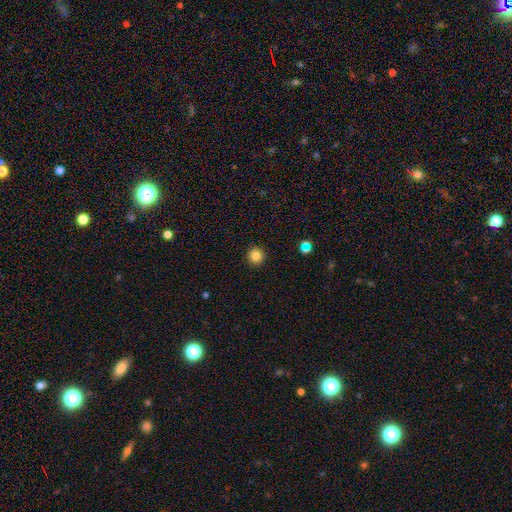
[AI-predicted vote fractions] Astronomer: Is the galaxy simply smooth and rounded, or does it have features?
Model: smooth — 84%.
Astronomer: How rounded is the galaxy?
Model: round — 94%.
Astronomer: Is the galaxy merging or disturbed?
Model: none — 92%.